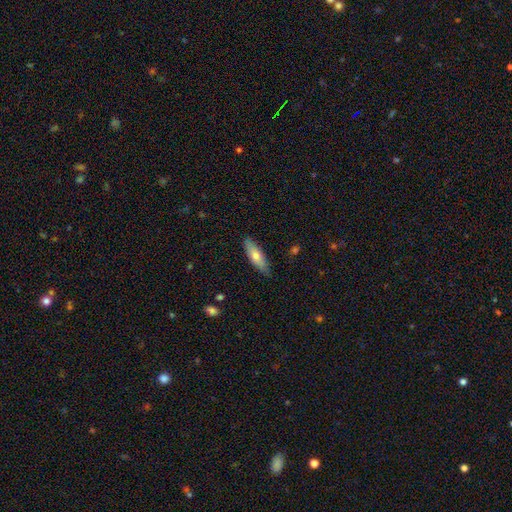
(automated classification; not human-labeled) This appears to be a smooth galaxy with no disk features (68%) that is in between round and cigar-shaped (50%). Merging: none (84%).